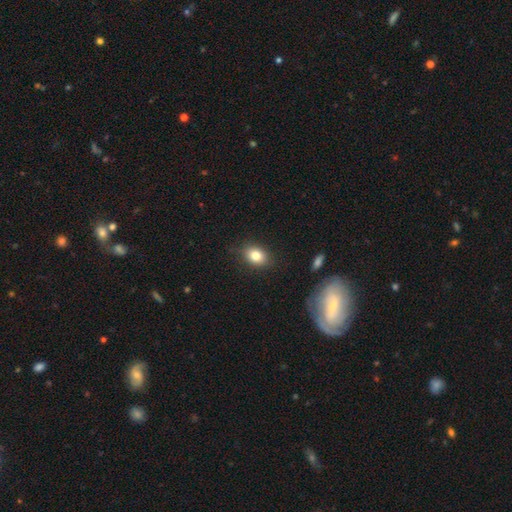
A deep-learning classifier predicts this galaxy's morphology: smooth 81%, star or artifact 10%, featured or disk 9%. Down the decision tree: how rounded — in between (71%); merging — none (84%).